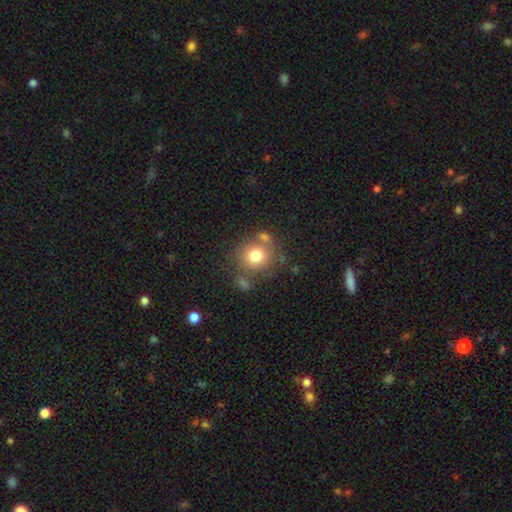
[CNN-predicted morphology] smooth_or_featured: smooth (p=0.77) [alt: featured or disk p=0.12]
how_rounded: round (p=0.87) [alt: in between p=0.12]
merging: none (p=0.66) [alt: merger p=0.17]